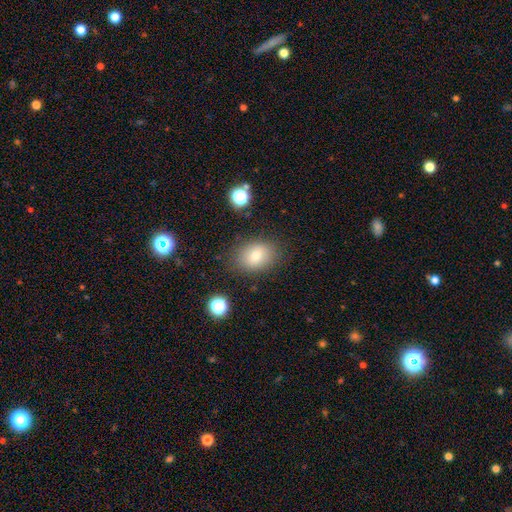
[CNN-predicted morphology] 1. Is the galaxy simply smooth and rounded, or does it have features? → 78% smooth, 12% featured or disk, 10% star or artifact.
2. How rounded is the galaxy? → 72% in between, 27% round, 1% cigar-shaped.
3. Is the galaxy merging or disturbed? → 80% none, 14% minor disturbance, 4% major disturbance, 2% merger.